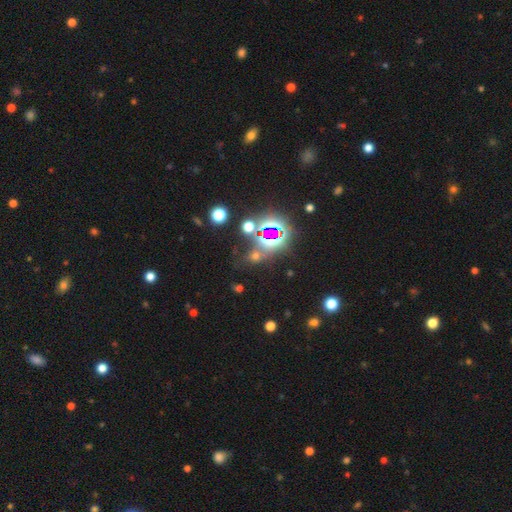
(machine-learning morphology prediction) The model was most divided on "smooth or featured": star or artifact: 57%, smooth: 34%, featured or disk: 9%.